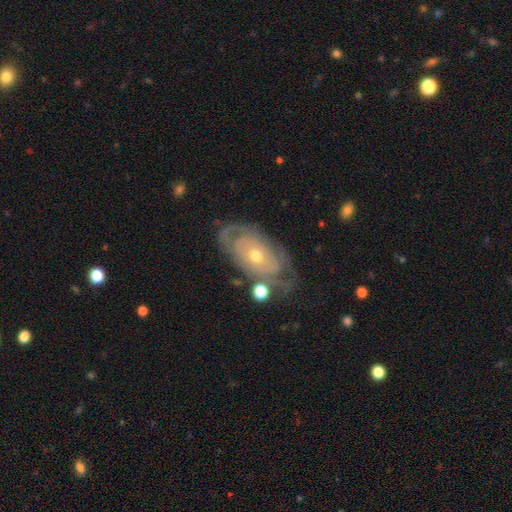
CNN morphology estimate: featured or disk 79%, smooth 14%, star or artifact 7%. Down the decision tree: edge-on disk — no (93%); bar — no (84%); spiral arms — yes (80%); spiral arm count — can't tell (50%); spiral winding — tight (76%); bulge size — small (50%); merging — none (68%).